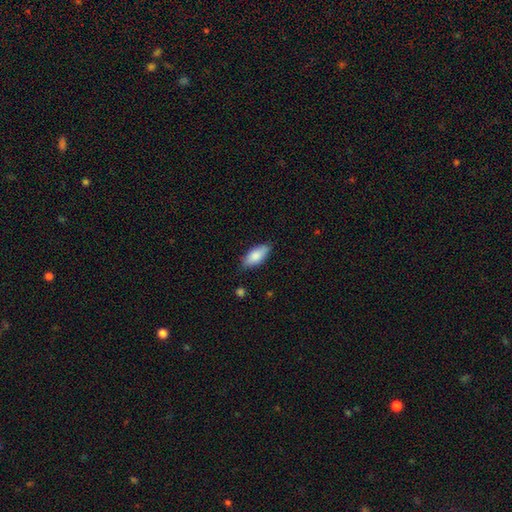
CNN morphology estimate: Smooth or featured? Predicted: smooth (p=0.84). How rounded? Predicted: in between (p=0.83). Merging? Predicted: none (p=0.82).